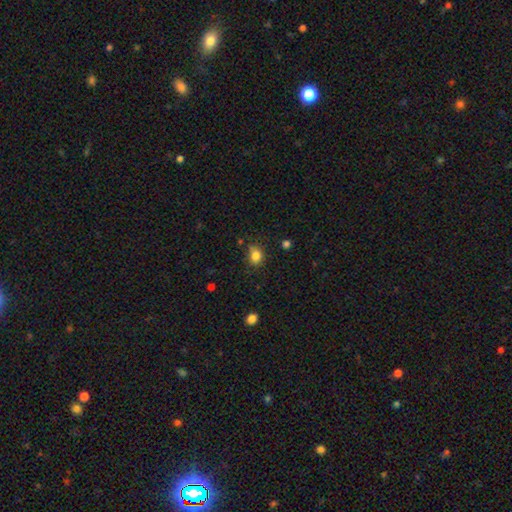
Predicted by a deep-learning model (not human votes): Overall: smooth (83%). How rounded: round (58%; in between 41%). Merging: none (75%).